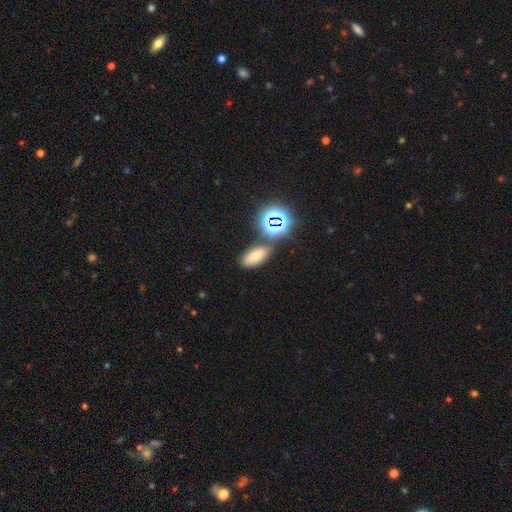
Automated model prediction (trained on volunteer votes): This is likely a smooth galaxy (65%). How rounded: clearly in between (80%). Merging: likely none (72%).